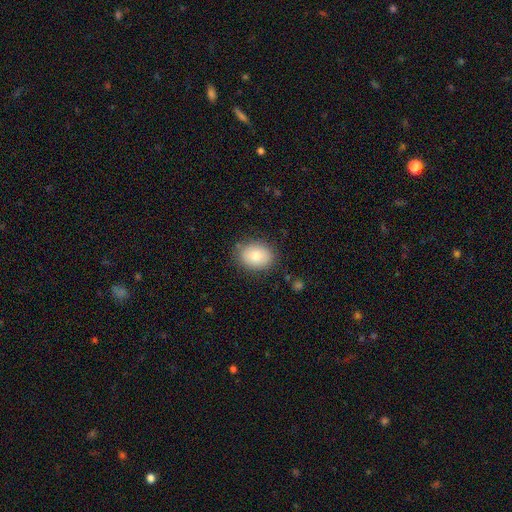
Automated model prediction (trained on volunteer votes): Smooth or featured? smooth (81%)
How rounded? in between (56%)
Merging? none (84%)